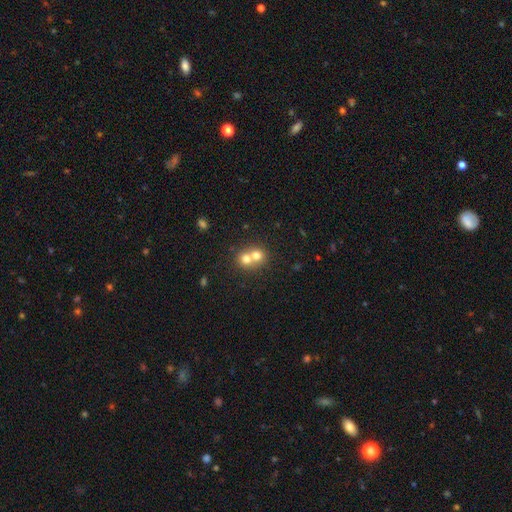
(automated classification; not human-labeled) Overall: smooth (69%). How rounded: round (78%). Merging: merger (66%; none 27%).